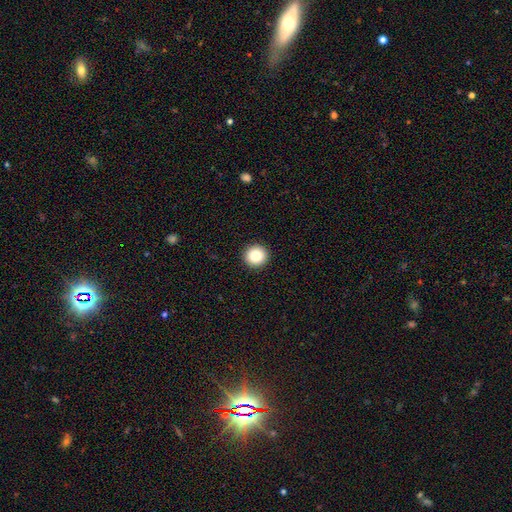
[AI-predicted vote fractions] This is clearly a smooth galaxy (85%). How rounded: clearly round (95%). Merging: clearly none (94%).